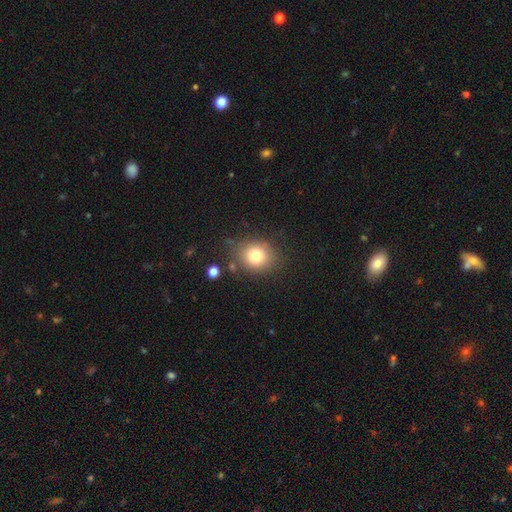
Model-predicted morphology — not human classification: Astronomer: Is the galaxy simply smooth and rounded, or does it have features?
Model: smooth — 78%.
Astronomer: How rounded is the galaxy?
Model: round — 72%.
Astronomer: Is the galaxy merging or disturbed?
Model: none — 79%.